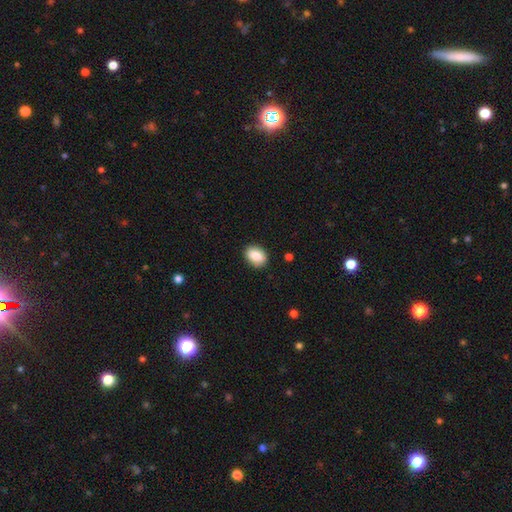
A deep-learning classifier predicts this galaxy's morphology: type=smooth (84%); roundness=in between (80%); merging=none (88%).